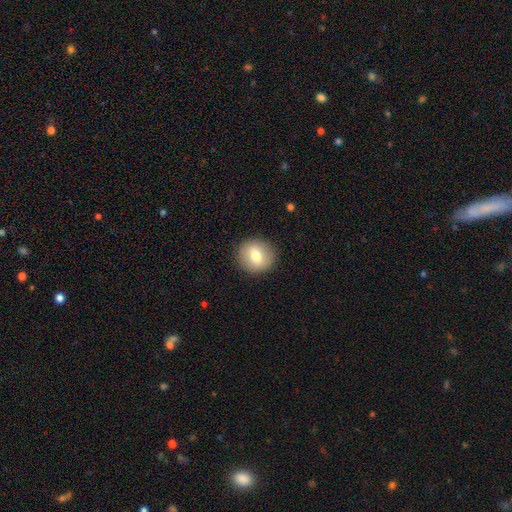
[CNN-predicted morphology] Smooth or featured: smooth — 70% (featured or disk — 22%)
How rounded: round — 89% (in between — 10%)
Merging: none — 90% (minor disturbance — 7%)